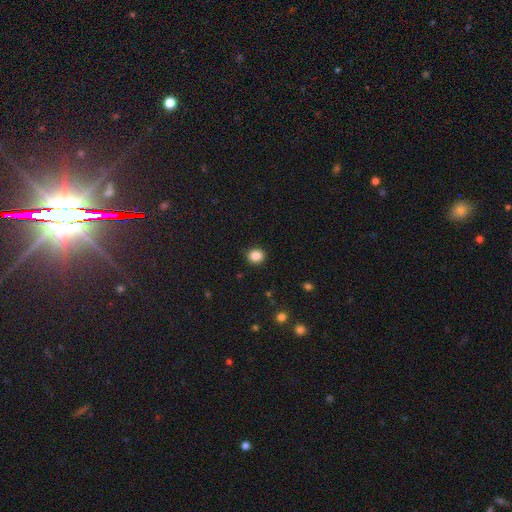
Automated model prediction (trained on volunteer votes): Smooth or featured? Predicted: smooth (p=0.86). How rounded? Predicted: round (p=0.78). Merging? Predicted: none (p=0.90).